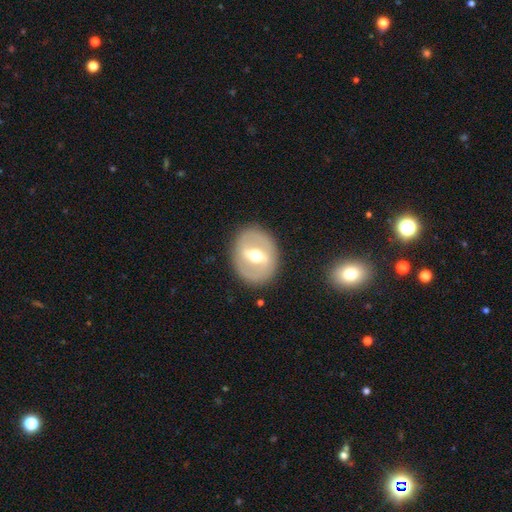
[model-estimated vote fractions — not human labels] A featured or disk galaxy (65%) with a strong bar (44%), no spiral arms (58%) and a moderate central bulge (75%). Merging: none (85%).